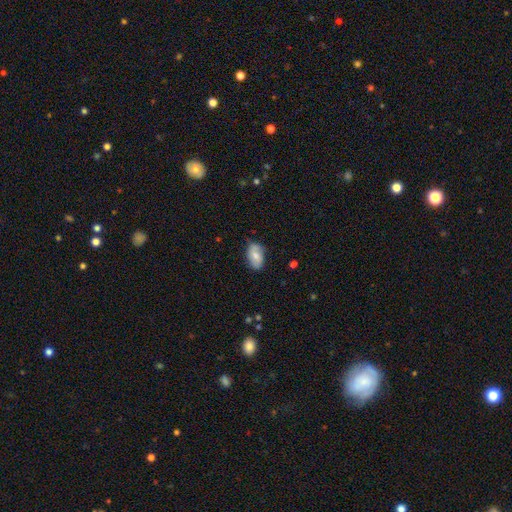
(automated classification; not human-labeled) Morphology: type=smooth (62%); roundness=in between (90%); merging=none (76%).